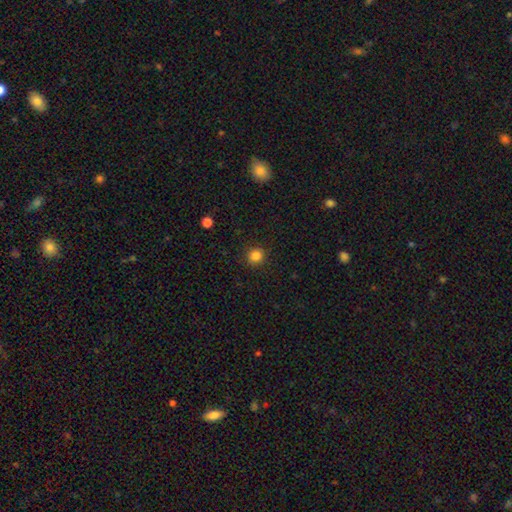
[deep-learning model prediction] Smooth or featured?
  - smooth: 84% *
  - star or artifact: 12%
  - featured or disk: 4%
How rounded?
  - round: 90% *
  - in between: 9%
  - cigar-shaped: 1%
Merging?
  - none: 89% *
  - minor disturbance: 7%
  - major disturbance: 2%
  - merger: 1%